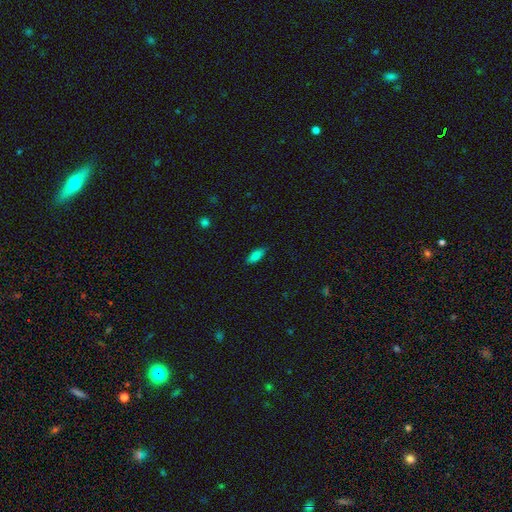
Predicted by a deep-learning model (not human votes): This appears to be a smooth galaxy with no disk features (82%) that is in between round and cigar-shaped (78%). Merging: none (85%).